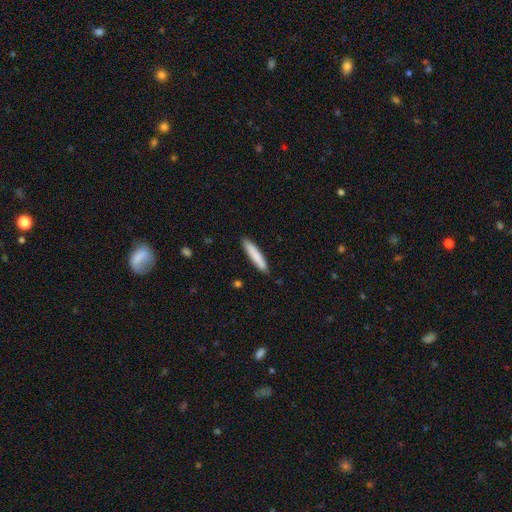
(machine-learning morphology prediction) The model was most divided on "smooth or featured": smooth: 82%, featured or disk: 12%, star or artifact: 6%. More confident: how rounded — cigar-shaped (89%); merging — none (86%).